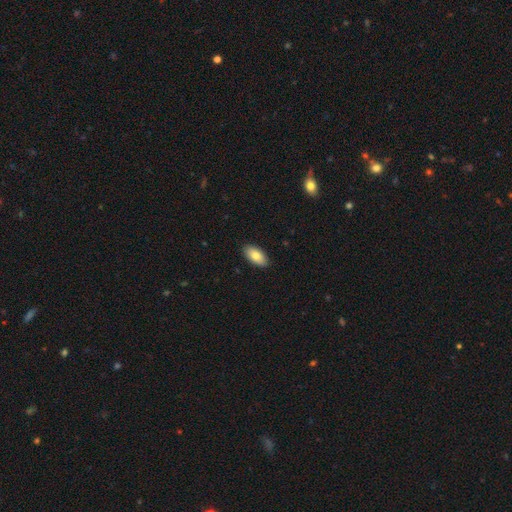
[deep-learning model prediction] The model was most divided on "smooth or featured": smooth: 80%, featured or disk: 13%, star or artifact: 6%. More confident: how rounded — in between (94%); merging — none (90%).